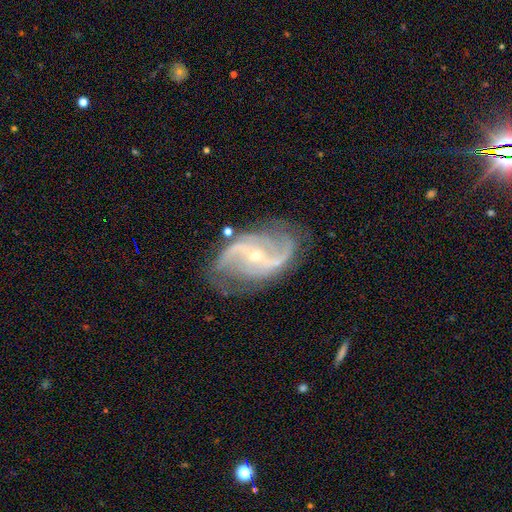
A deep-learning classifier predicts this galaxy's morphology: This appears to be a featured or disk galaxy (91%) with a weak bar (35%), 2 (86%) loose (52%) spiral arms (97%) and a small central bulge (78%). Merging: none (73%).